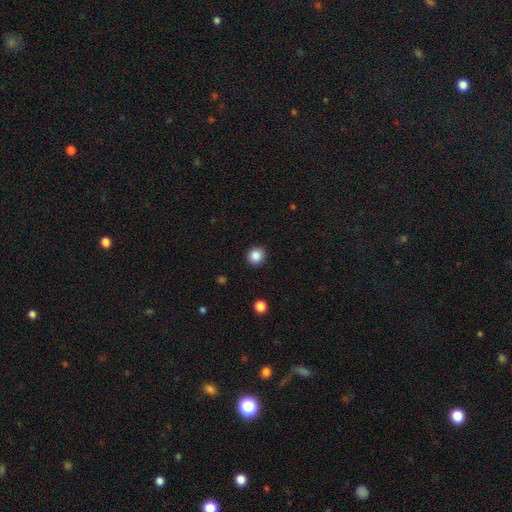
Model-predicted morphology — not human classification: The model was most divided on "smooth or featured": smooth: 87%, star or artifact: 10%, featured or disk: 3%. More confident: merging — none (92%); how rounded — round (92%).